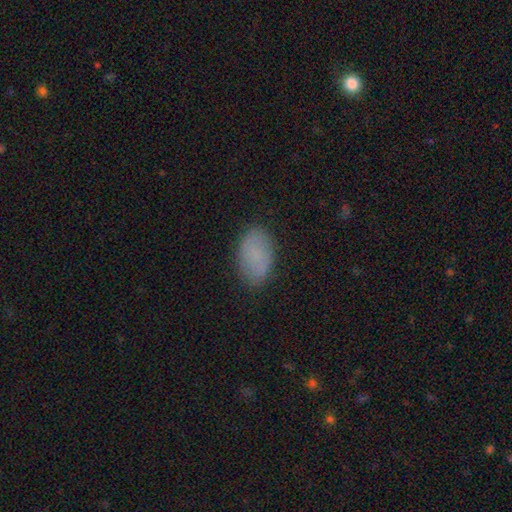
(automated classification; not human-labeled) Smooth or featured? smooth (81%)
How rounded? in between (93%)
Merging? none (84%)